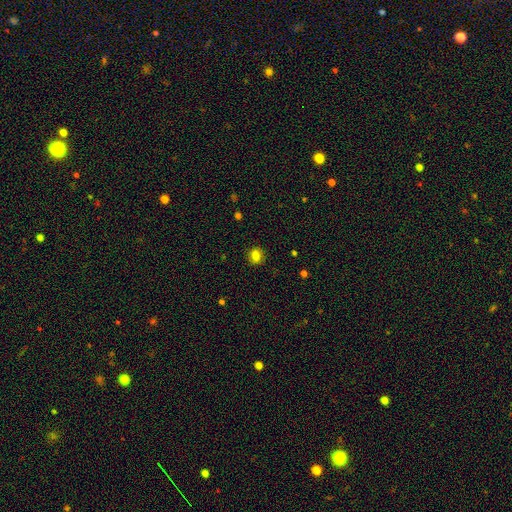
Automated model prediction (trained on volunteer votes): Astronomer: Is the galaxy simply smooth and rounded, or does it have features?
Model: smooth — 80%.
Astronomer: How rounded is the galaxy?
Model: round — 59% (runner-up: in between, 39%).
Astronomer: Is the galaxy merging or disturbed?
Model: none — 86%.